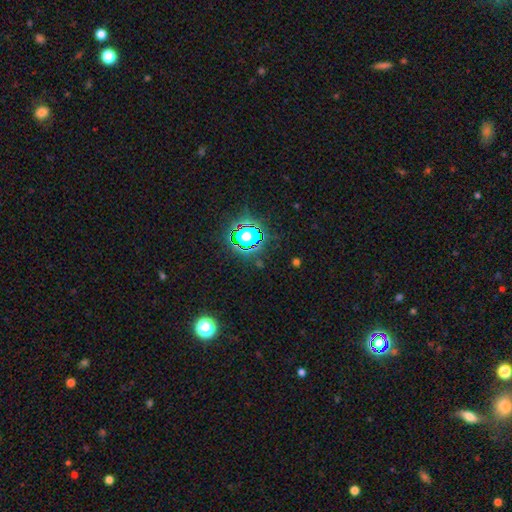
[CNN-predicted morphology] Overall: star or artifact (77%).